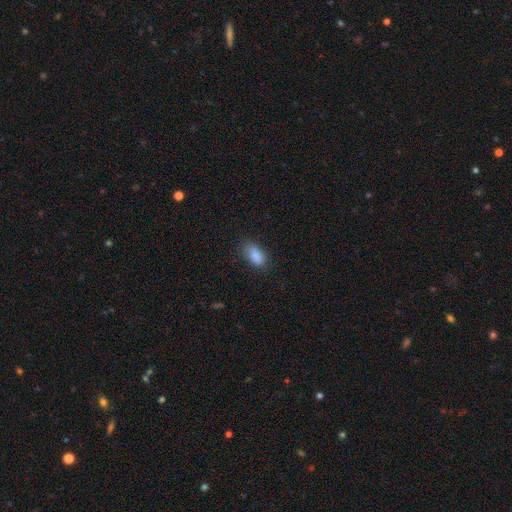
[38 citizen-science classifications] Smooth or featured? smooth (87%)
How rounded? in between (79%)
Merging? none (69%)